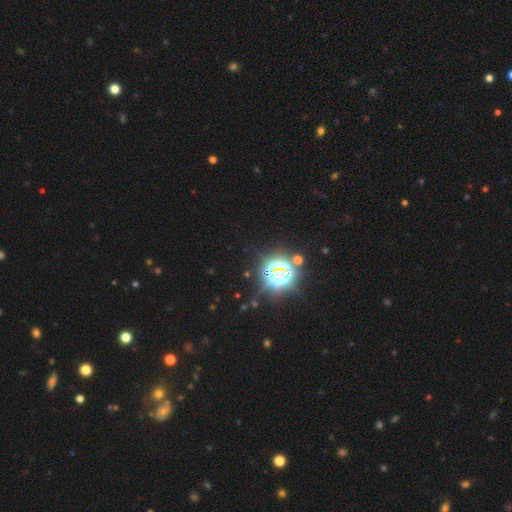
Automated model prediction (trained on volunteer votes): A star or artifact, not a galaxy (85%).

Vote fractions:
- Smooth or featured? star or artifact: 85% / smooth: 9% / featured or disk: 6%